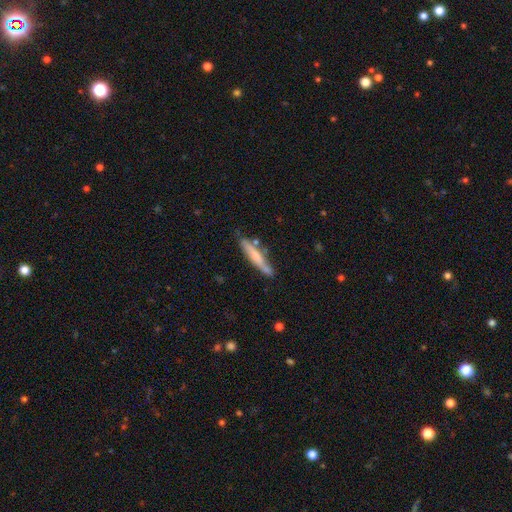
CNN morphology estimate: smooth-or-featured: smooth: 57% | featured or disk: 37% | star or artifact: 6%
  how-rounded: cigar-shaped: 90% | in between: 8% | round: 1%
  merging: none: 70% | minor disturbance: 19% | merger: 7% | major disturbance: 4%